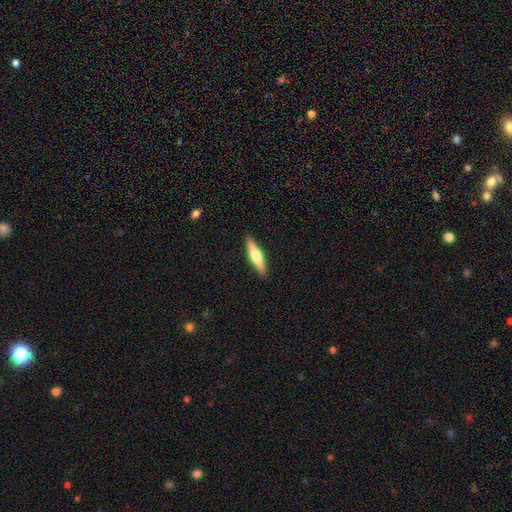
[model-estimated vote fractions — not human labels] Smooth or featured?
  - featured or disk: 54% *
  - smooth: 41%
  - star or artifact: 5%
Edge-on disk?
  - yes: 96% *
  - no: 4%
Edge-on bulge?
  - rounded: 92% *
  - boxy: 5%
  - none: 3%
Merging?
  - none: 91% *
  - minor disturbance: 7%
  - major disturbance: 2%
  - merger: 1%